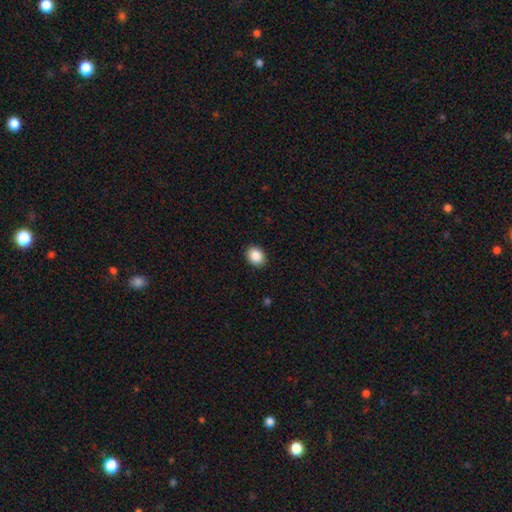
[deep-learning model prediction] Q: Smooth or featured?
A: smooth (88%); runner-up: star or artifact (8%)
Q: How rounded?
A: round (53%); runner-up: in between (47%)
Q: Merging?
A: none (91%); runner-up: minor disturbance (6%)